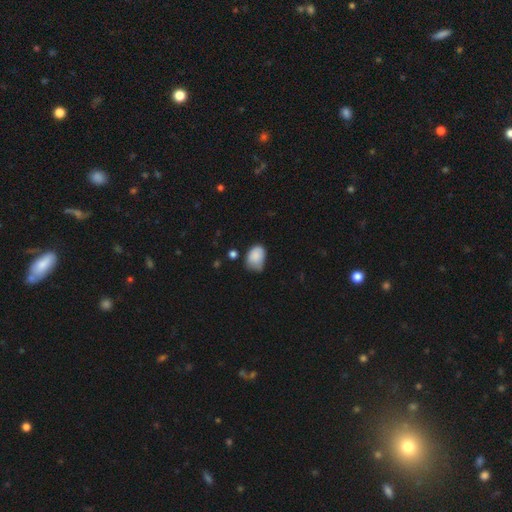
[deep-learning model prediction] smooth-or-featured: smooth: 85% | star or artifact: 8% | featured or disk: 7%
  how-rounded: in between: 72% | round: 27% | cigar-shaped: 1%
  merging: minor disturbance: 45% | none: 39% | major disturbance: 12% | merger: 4%